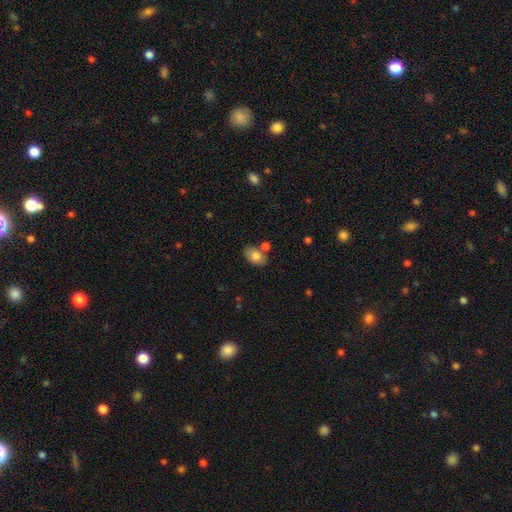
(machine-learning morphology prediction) Smooth or featured?
  - smooth: 79% *
  - featured or disk: 13%
  - star or artifact: 8%
How rounded?
  - in between: 84% *
  - round: 15%
  - cigar-shaped: 1%
Merging?
  - none: 65% *
  - merger: 17%
  - minor disturbance: 15%
  - major disturbance: 4%